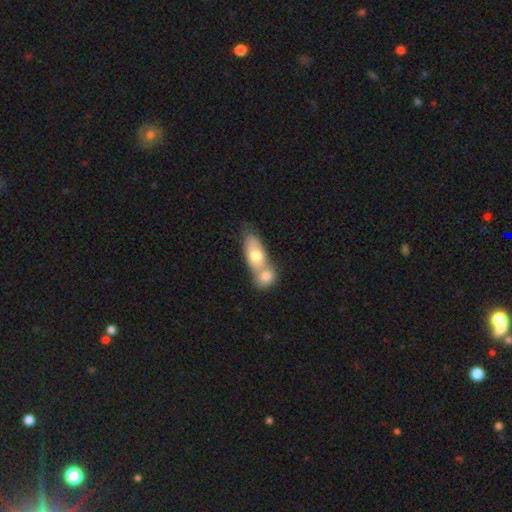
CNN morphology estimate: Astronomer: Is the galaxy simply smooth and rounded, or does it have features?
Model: smooth — 68%.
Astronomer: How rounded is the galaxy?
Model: in between — 74%.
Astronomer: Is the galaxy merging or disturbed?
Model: merger — 68%.